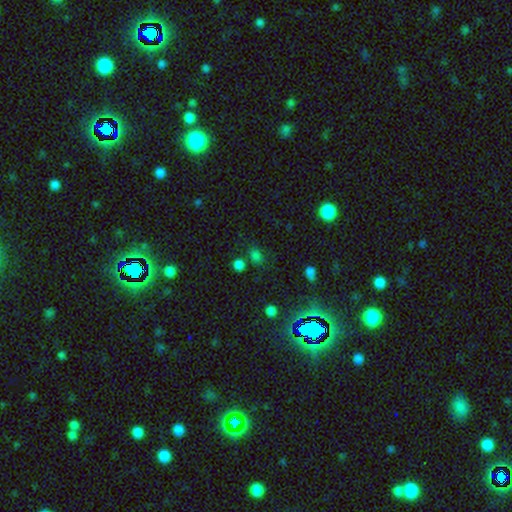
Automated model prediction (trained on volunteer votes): Overall: smooth (70%). How rounded: round (57%; in between 41%). Merging: none (72%).